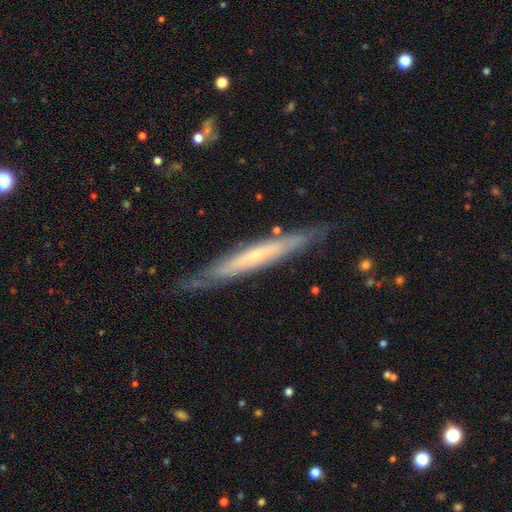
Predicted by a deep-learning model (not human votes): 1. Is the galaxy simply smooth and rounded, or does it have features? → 64% featured or disk, 30% smooth, 6% star or artifact.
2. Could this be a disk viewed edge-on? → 82% yes, 18% no.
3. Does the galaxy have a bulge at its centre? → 59% none, 36% rounded, 5% boxy.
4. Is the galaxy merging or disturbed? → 80% none, 15% minor disturbance, 3% major disturbance, 2% merger.